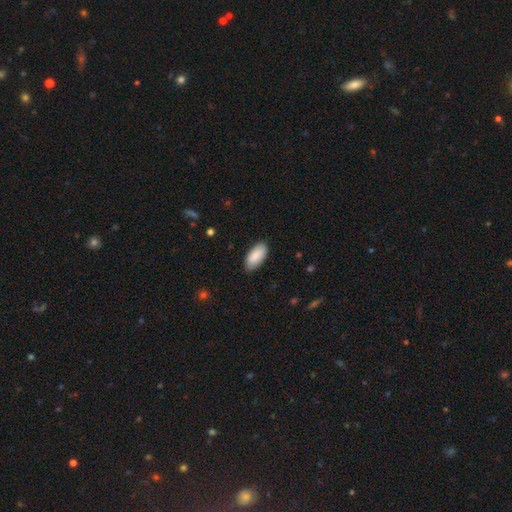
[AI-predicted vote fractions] smooth-or-featured: smooth: 86% | featured or disk: 8% | star or artifact: 5%
  how-rounded: in between: 93% | cigar-shaped: 5% | round: 2%
  merging: none: 86% | minor disturbance: 11% | major disturbance: 2% | merger: 1%